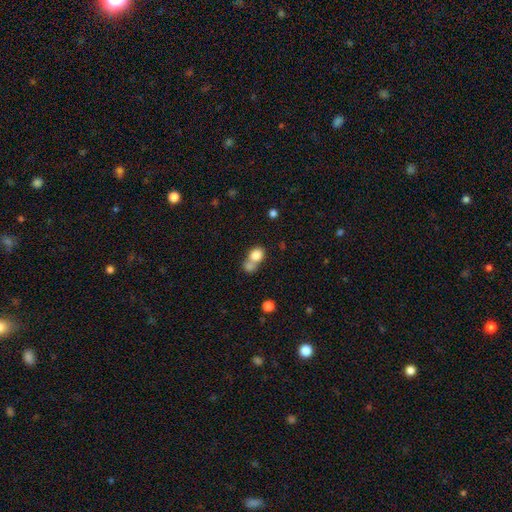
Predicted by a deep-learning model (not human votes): Smooth or featured? smooth (80%)
How rounded? round (58%)
Merging? merger (59%)